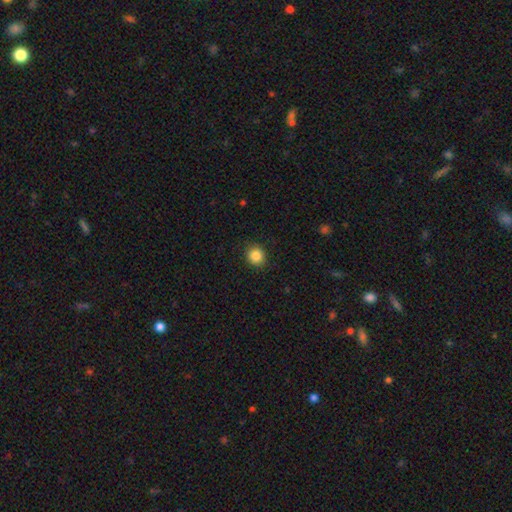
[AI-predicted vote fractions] smooth-or-featured: smooth: 86% | star or artifact: 10% | featured or disk: 4%
  how-rounded: round: 87% | in between: 12% | cigar-shaped: 1%
  merging: none: 90% | minor disturbance: 7% | major disturbance: 2% | merger: 1%